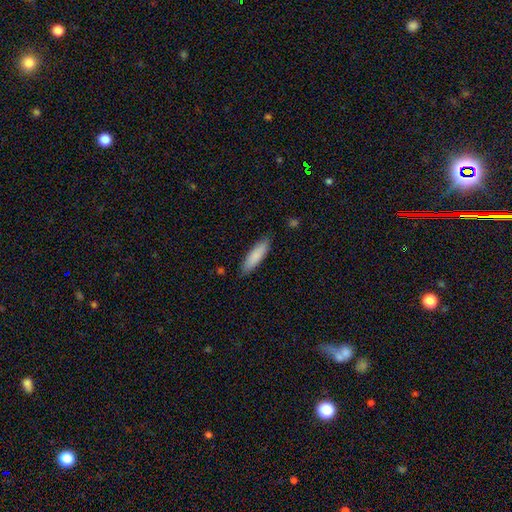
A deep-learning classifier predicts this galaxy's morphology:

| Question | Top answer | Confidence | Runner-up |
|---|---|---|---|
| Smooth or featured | smooth | 86% | featured or disk (9%) |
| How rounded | cigar-shaped | 65% | in between (34%) |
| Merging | none | 86% | minor disturbance (11%) |